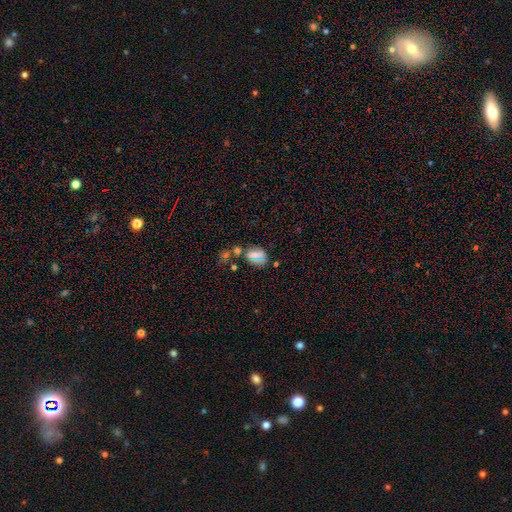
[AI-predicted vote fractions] Morphology: type=smooth (53%); roundness=in between (64%); merging=none (55%).